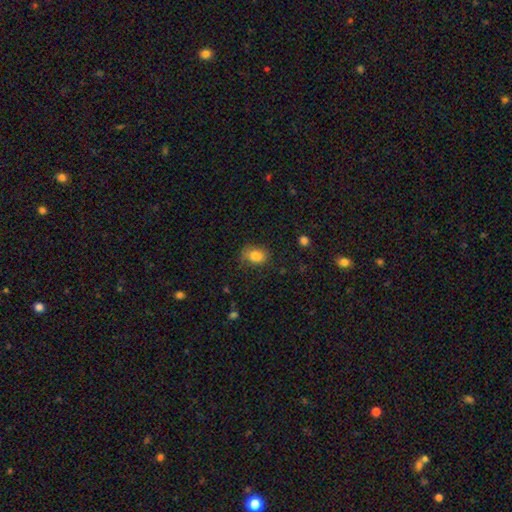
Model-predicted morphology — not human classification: smooth-or-featured: smooth: 83% | star or artifact: 9% | featured or disk: 7%
  how-rounded: in between: 71% | round: 27% | cigar-shaped: 1%
  merging: none: 62% | minor disturbance: 27% | major disturbance: 10% | merger: 2%